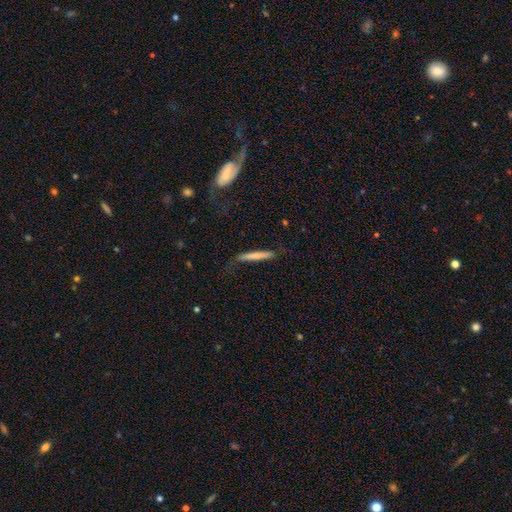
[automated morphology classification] Smooth or featured?
  - smooth: 67% *
  - featured or disk: 27%
  - star or artifact: 6%
How rounded?
  - cigar-shaped: 95% *
  - in between: 3%
  - round: 1%
Merging?
  - none: 75% *
  - minor disturbance: 18%
  - major disturbance: 5%
  - merger: 2%